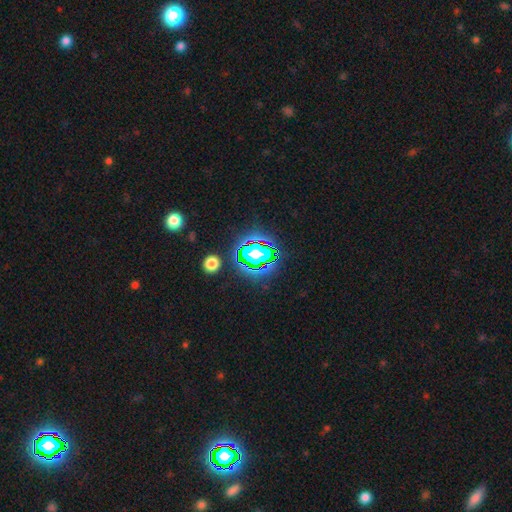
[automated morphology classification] Overall: star or artifact (81%).